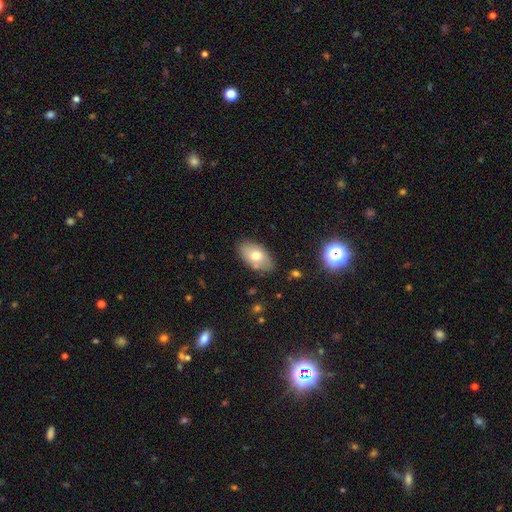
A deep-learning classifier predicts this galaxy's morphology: The model was most divided on "smooth or featured": smooth: 71%, featured or disk: 21%, star or artifact: 8%. More confident: how rounded — in between (93%); merging — none (81%).